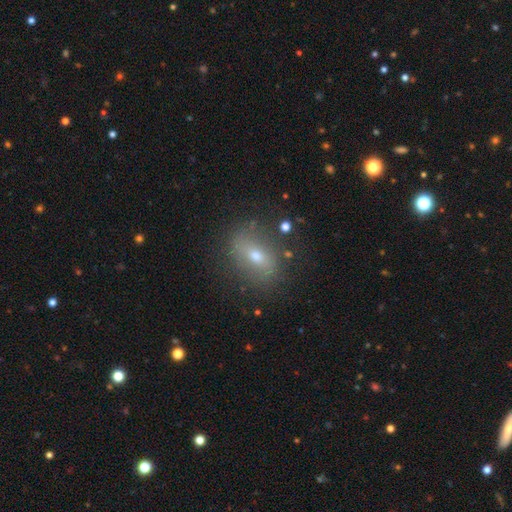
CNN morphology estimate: This appears to be a smooth galaxy with no disk features (43%, tied with featured or disk). Merging: none (78%).